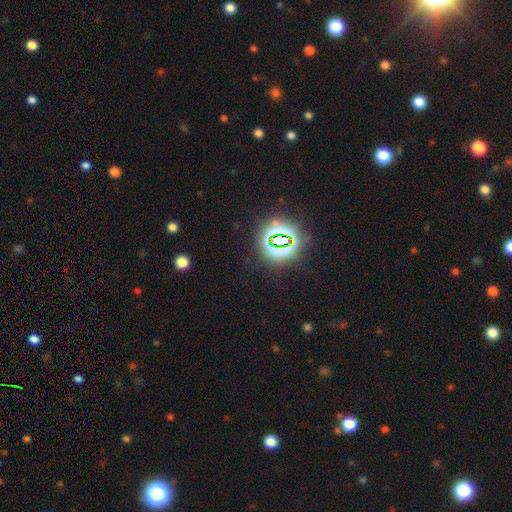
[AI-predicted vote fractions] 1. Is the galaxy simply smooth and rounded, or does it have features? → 78% star or artifact, 15% smooth, 7% featured or disk.